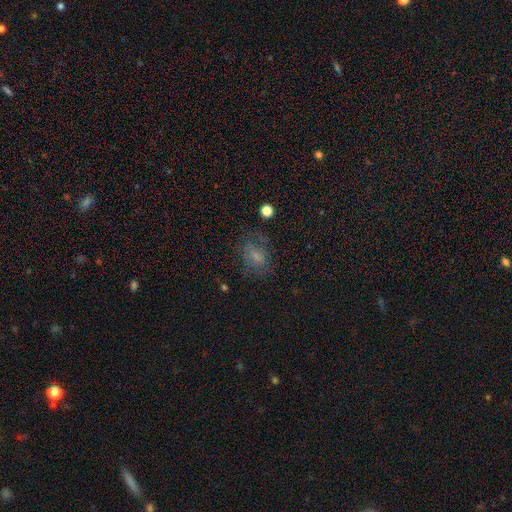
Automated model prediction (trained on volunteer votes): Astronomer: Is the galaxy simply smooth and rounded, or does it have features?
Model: smooth — 57%.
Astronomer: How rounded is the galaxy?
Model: in between — 70%.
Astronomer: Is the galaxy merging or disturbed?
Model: none — 58%.